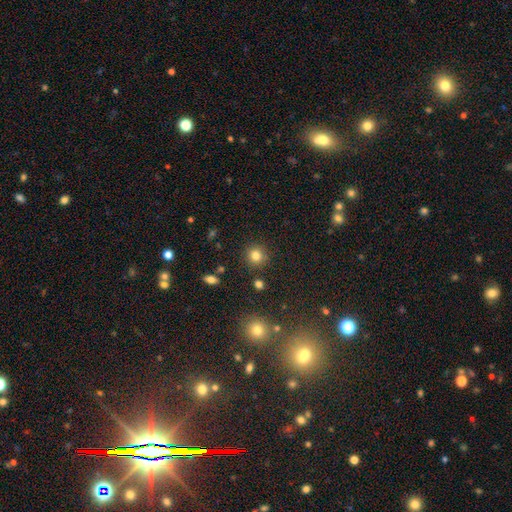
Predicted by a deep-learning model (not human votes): A smooth galaxy with no disk features (81%) that is round (92%). Merging: none (88%).